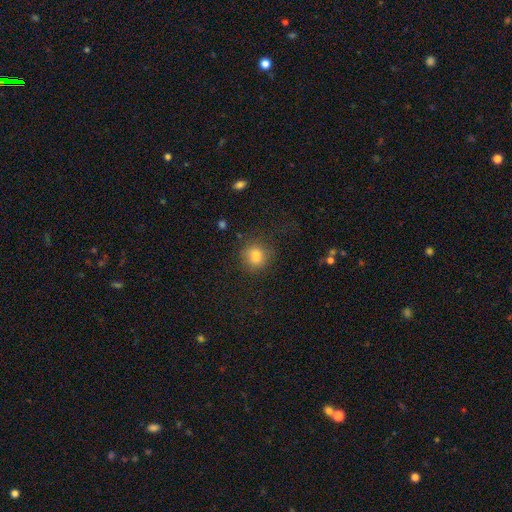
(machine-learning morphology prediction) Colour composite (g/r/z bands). It shows a smooth galaxy with no disk features (81%) that is round (84%). Merging: none (79%).